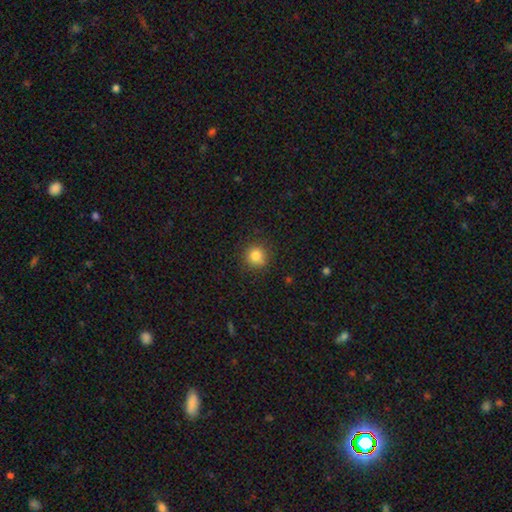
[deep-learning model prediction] This appears to be a smooth galaxy with no disk features (82%) that is round (92%). Merging: none (84%).